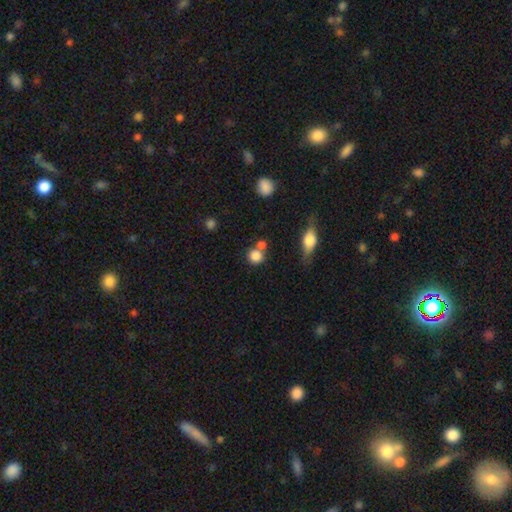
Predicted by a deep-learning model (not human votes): This is clearly a smooth galaxy (82%). How rounded: clearly round (87%). Merging: possibly none (58%).